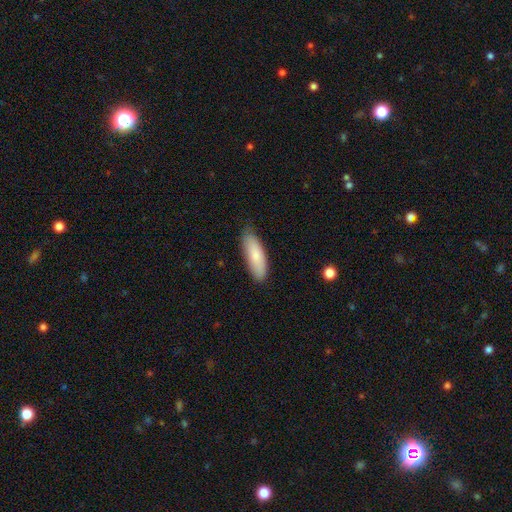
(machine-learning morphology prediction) smooth_or_featured: smooth (p=0.81) [alt: featured or disk p=0.14]
how_rounded: in between (p=0.57) [alt: cigar-shaped p=0.42]
merging: none (p=0.79) [alt: minor disturbance p=0.17]